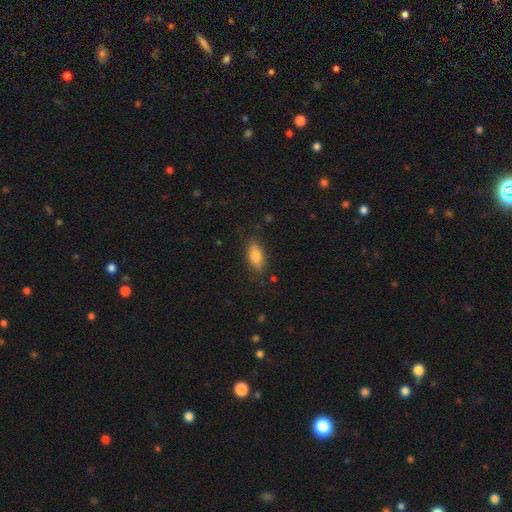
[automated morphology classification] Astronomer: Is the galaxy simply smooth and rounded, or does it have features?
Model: smooth — 82%.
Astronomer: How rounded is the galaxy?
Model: in between — 85%.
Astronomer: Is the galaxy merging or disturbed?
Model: none — 79%.